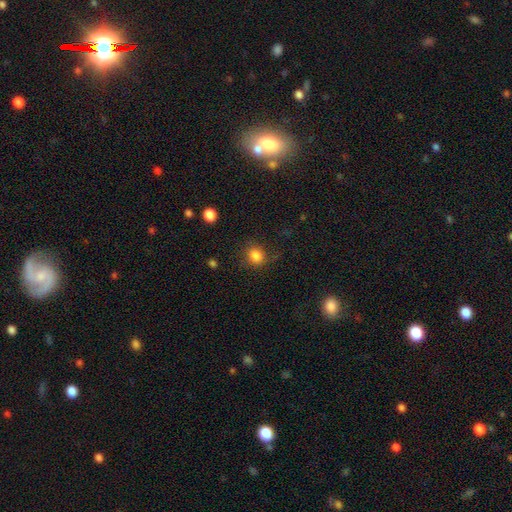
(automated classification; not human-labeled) Smooth or featured? smooth (84%)
How rounded? round (76%)
Merging? none (77%)